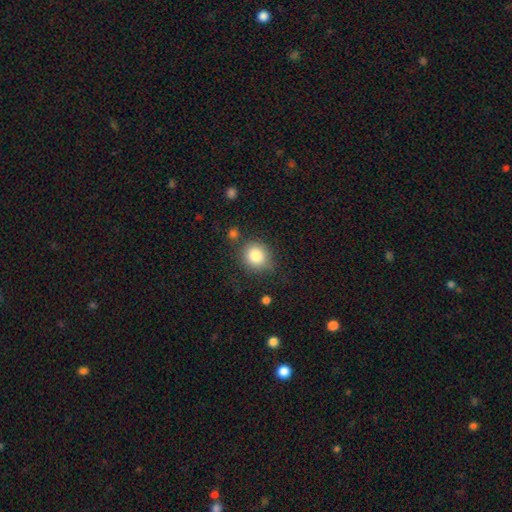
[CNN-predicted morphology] A smooth galaxy with no disk features (83%) that is round (81%). Merging: none (75%).